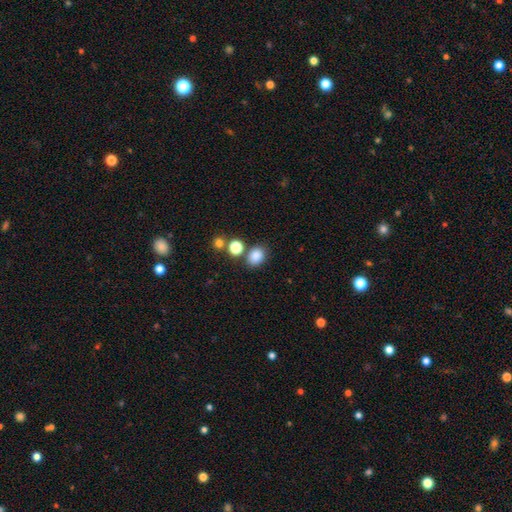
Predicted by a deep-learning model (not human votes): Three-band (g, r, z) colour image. It shows a smooth galaxy with no disk features (84%) that is in between round and cigar-shaped (55%). Merging: none (73%).